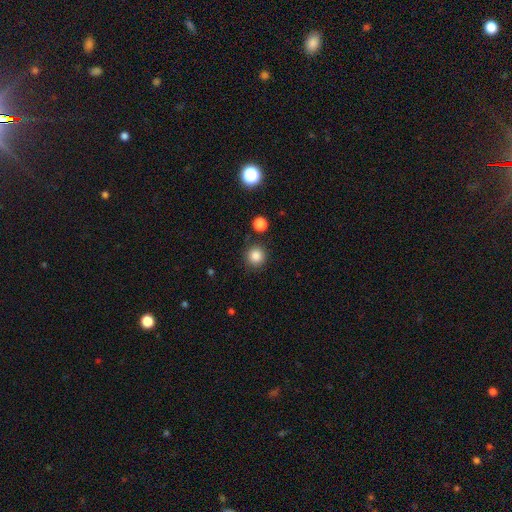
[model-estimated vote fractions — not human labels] A smooth galaxy with no disk features (85%) that is round (94%). Merging: none (86%).